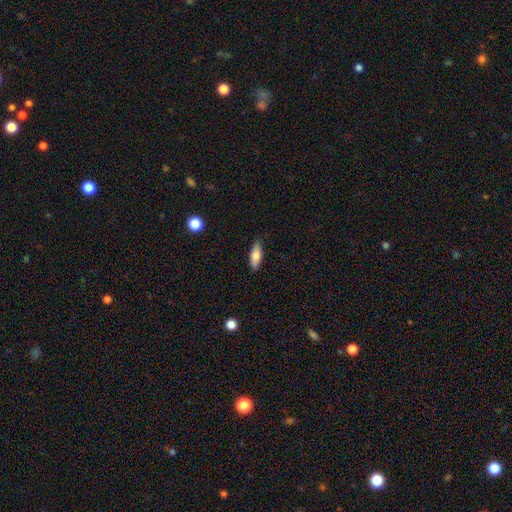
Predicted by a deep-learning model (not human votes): Smooth or featured? Predicted: smooth (p=0.77). How rounded? Predicted: in between (p=0.67). Merging? Predicted: none (p=0.85).